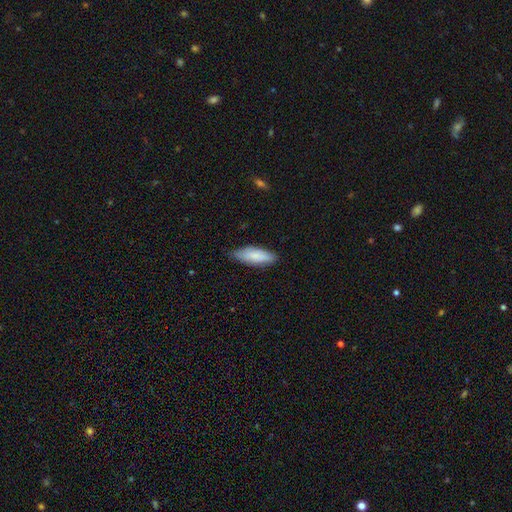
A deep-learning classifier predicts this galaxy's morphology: This is clearly a smooth galaxy (82%). How rounded: likely in between (73%). Merging: likely none (74%).